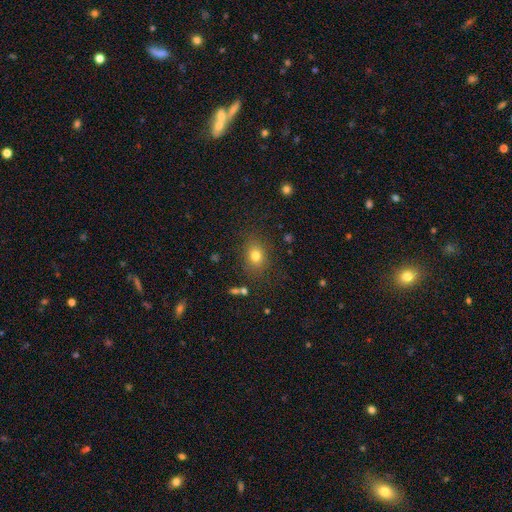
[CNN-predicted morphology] Smooth or featured: smooth — 77% (star or artifact — 14%)
How rounded: round — 50% (in between — 49%)
Merging: none — 82% (minor disturbance — 11%)